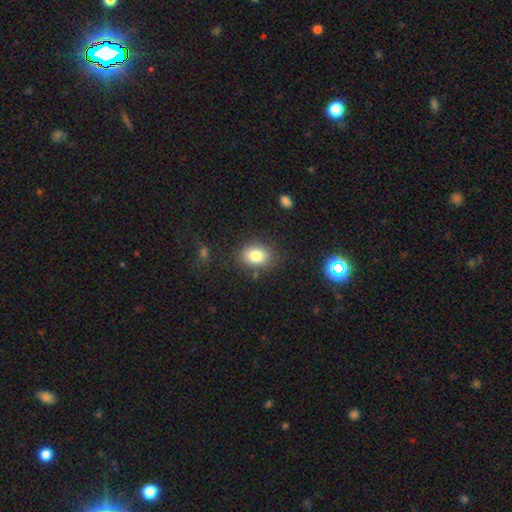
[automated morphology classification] Overall: smooth (82%). How rounded: in between (64%; round 35%). Merging: none (82%).